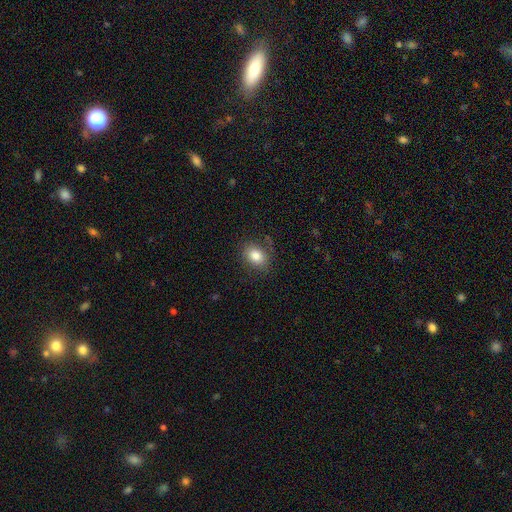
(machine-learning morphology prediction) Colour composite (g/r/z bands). It shows a smooth galaxy with no disk features (83%) that is in between round and cigar-shaped (70%). Merging: none (81%).